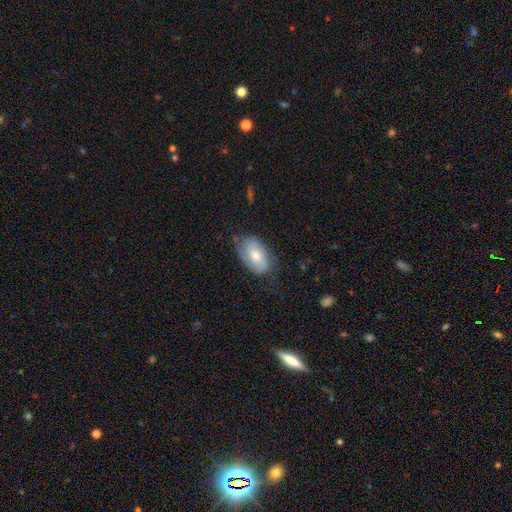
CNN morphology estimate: smooth 56%, featured or disk 37%, star or artifact 7%. Down the decision tree: how rounded — in between (91%); merging — none (65%).